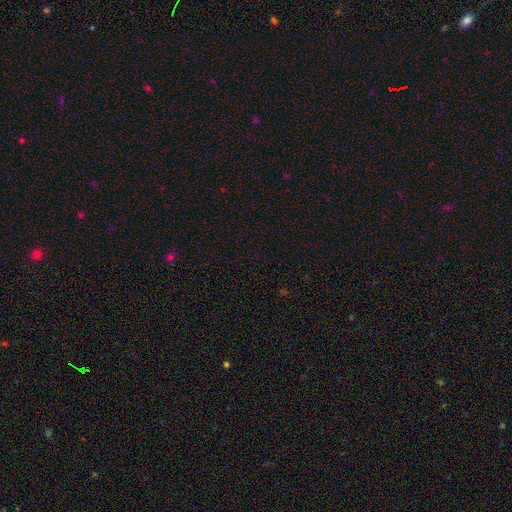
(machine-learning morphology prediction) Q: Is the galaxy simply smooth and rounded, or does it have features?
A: star or artifact — 69%.